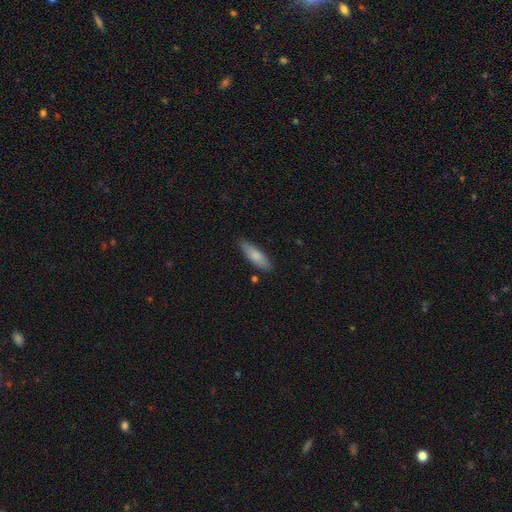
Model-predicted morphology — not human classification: smooth-or-featured: smooth: 78% | featured or disk: 16% | star or artifact: 6%
  how-rounded: cigar-shaped: 50% | in between: 48% | round: 2%
  merging: none: 82% | minor disturbance: 14% | major disturbance: 2% | merger: 2%